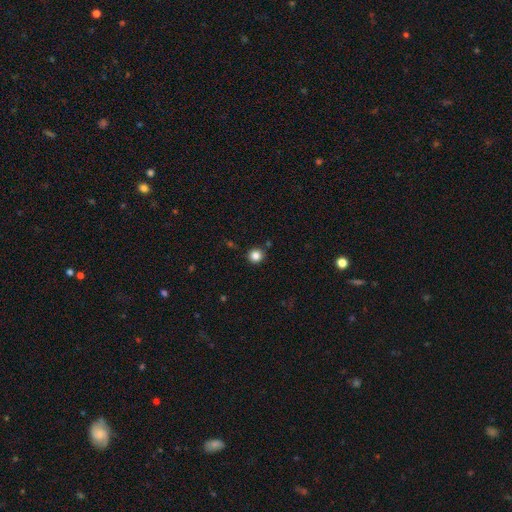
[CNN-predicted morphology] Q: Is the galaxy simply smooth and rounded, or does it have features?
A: smooth — 84%.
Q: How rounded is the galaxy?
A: round — 92%.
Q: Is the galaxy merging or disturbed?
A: none — 89%.